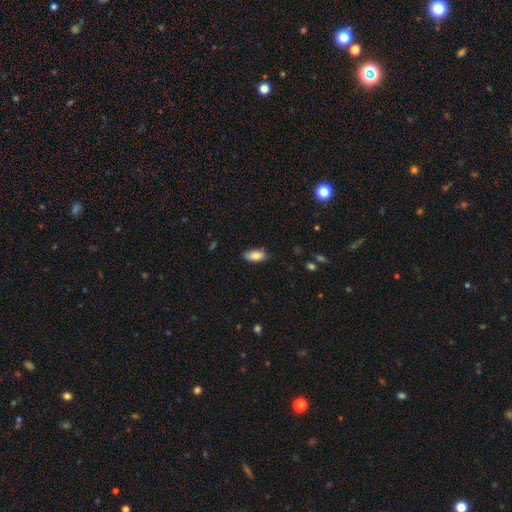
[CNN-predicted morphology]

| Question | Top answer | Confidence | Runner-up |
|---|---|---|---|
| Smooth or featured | smooth | 84% | featured or disk (9%) |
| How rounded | in between | 91% | cigar-shaped (6%) |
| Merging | none | 80% | minor disturbance (16%) |